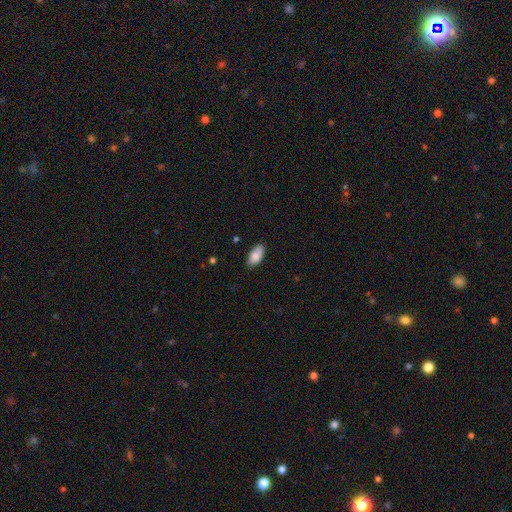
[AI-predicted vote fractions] Q: Smooth or featured?
A: smooth (86%); runner-up: featured or disk (7%)
Q: How rounded?
A: in between (92%); runner-up: cigar-shaped (6%)
Q: Merging?
A: none (80%); runner-up: minor disturbance (16%)